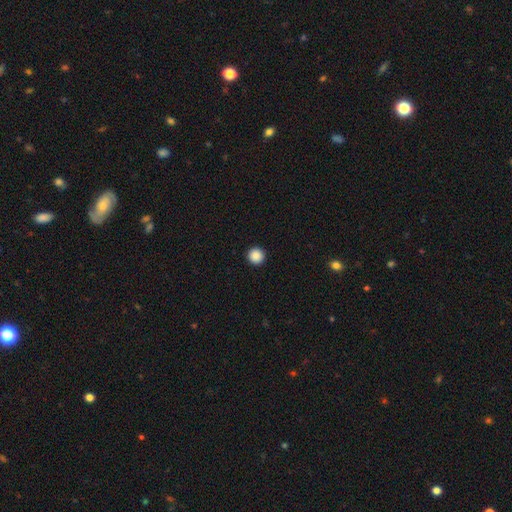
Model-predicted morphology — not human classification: smooth_or_featured: smooth (p=0.89) [alt: star or artifact p=0.09]
how_rounded: round (p=0.96) [alt: in between p=0.03]
merging: none (p=0.94) [alt: minor disturbance p=0.04]